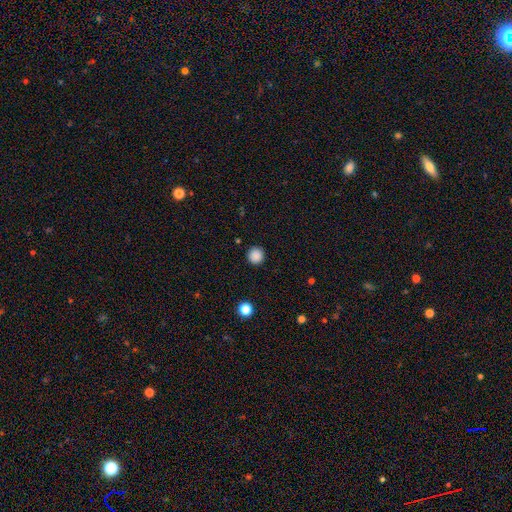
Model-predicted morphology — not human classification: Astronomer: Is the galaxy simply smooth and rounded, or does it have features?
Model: smooth — 87%.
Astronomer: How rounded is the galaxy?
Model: round — 96%.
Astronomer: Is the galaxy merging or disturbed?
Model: none — 92%.